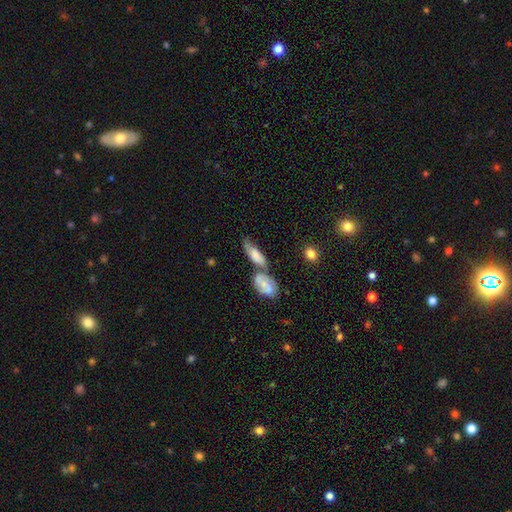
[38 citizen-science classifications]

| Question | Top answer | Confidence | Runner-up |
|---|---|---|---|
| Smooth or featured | featured or disk | 71% | smooth (24%) |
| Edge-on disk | no | 89% | yes (11%) |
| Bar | no | 75% | weak (17%) |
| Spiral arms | yes | 83% | no (17%) |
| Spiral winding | loose | 65% | medium (25%) |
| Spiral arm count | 2 | 95% | can't tell (5%) |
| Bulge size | small | 38% | large (25%) |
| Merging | none | 50% | merger (44%) |